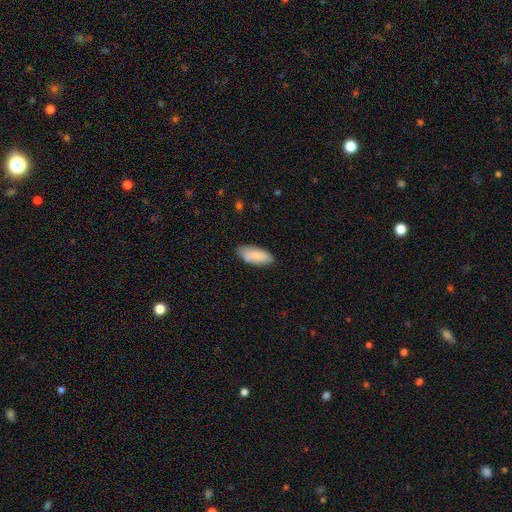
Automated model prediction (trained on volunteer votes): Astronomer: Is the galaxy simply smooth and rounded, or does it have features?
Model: smooth — 83%.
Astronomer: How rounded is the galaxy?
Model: in between — 87%.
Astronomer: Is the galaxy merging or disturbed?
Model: none — 78%.